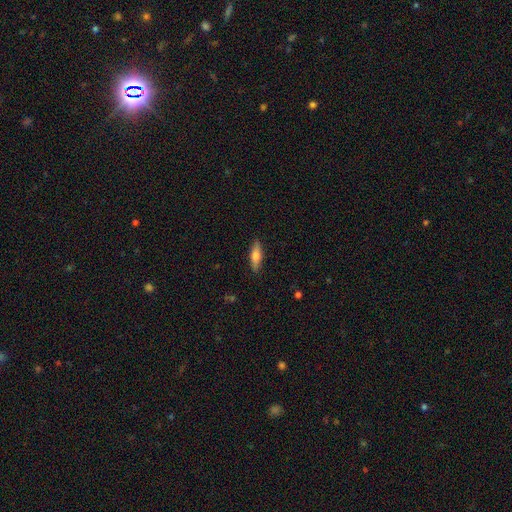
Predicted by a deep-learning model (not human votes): Overall: smooth (64%; featured or disk 29%). How rounded: cigar-shaped (52%; in between 46%). Merging: none (88%).